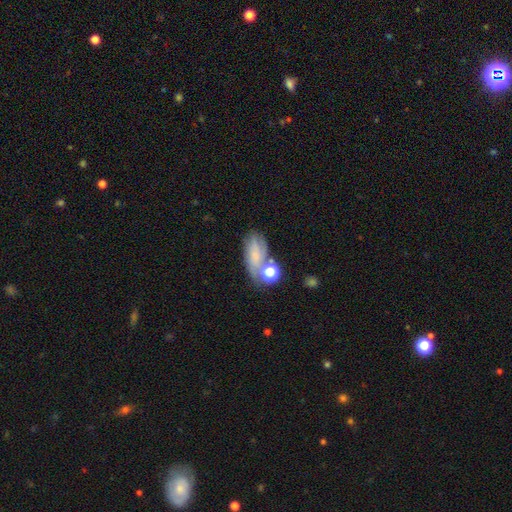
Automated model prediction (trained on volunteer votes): Q: Smooth or featured?
A: smooth (52%); runner-up: featured or disk (33%)
Q: How rounded?
A: in between (75%); runner-up: round (16%)
Q: Merging?
A: none (42%); runner-up: merger (22%)